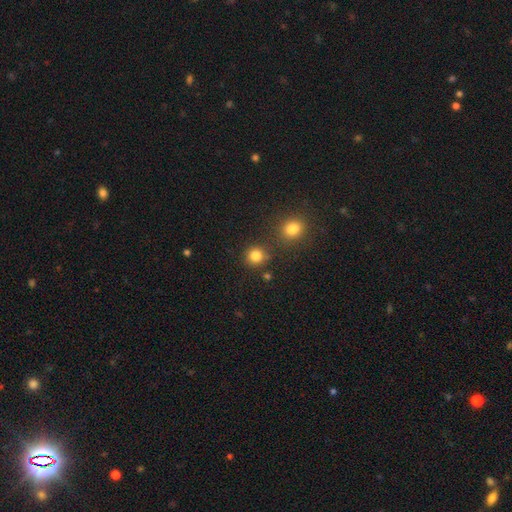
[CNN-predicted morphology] This is clearly a smooth galaxy (83%). How rounded: clearly round (89%). Merging: likely none (79%).